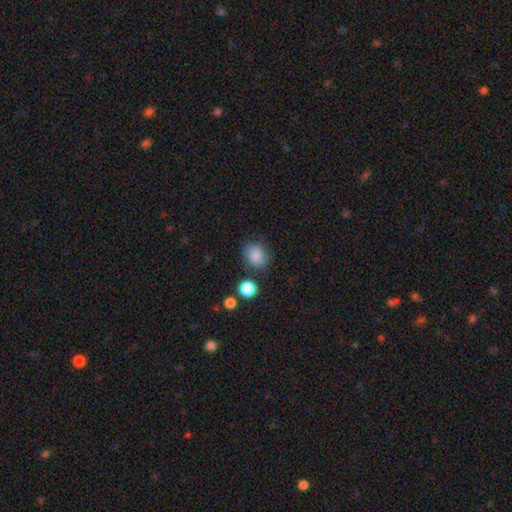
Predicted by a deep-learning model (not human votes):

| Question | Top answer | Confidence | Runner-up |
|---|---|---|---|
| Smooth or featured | smooth | 83% | star or artifact (10%) |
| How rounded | round | 62% | in between (38%) |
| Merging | none | 75% | minor disturbance (16%) |